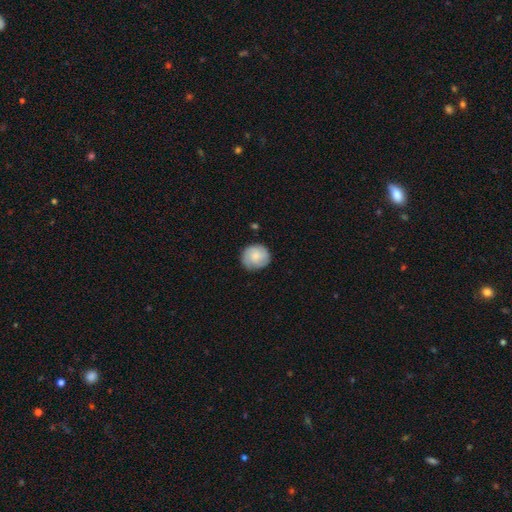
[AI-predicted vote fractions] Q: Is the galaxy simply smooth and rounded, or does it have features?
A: smooth — 70%.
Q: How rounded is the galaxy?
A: round — 89%.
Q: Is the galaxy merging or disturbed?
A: none — 82%.